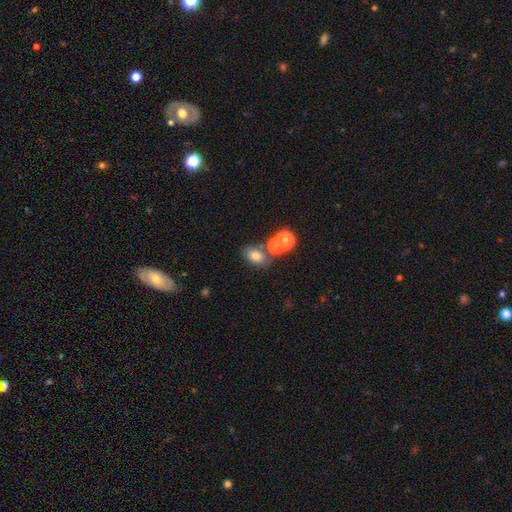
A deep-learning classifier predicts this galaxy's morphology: Smooth or featured? Predicted: smooth (p=0.75). How rounded? Predicted: in between (p=0.73). Merging? Predicted: none (p=0.58).